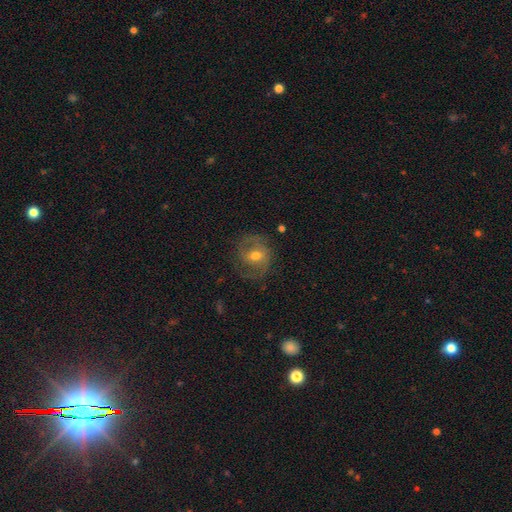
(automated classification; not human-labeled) Smooth or featured: featured or disk — 57% (smooth — 34%)
Edge-on disk: no — 96% (yes — 4%)
Bar: no — 43% (weak — 42%)
Spiral arms: yes — 74% (no — 26%)
Bulge size: moderate — 69% (small — 23%)
Merging: none — 66% (minor disturbance — 20%)